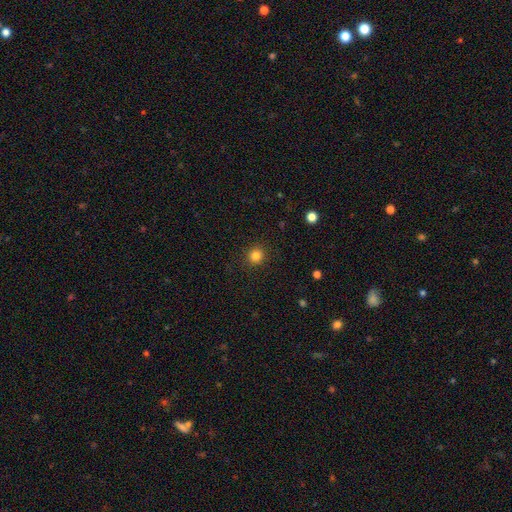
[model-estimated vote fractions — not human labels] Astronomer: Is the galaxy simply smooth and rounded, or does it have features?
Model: smooth — 83%.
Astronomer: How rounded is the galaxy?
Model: round — 89%.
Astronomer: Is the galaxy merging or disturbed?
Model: none — 91%.